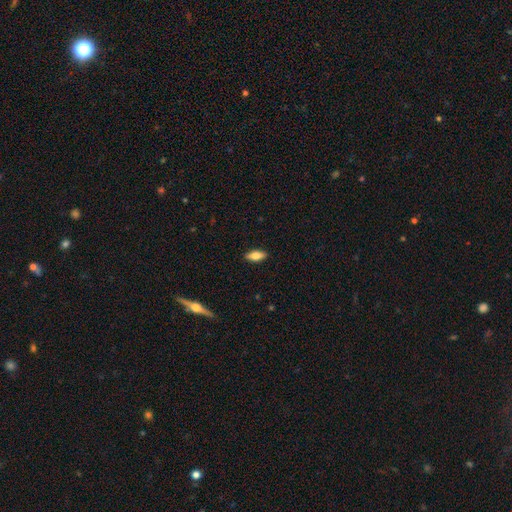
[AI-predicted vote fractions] Overall: smooth (76%). How rounded: in between (80%). Merging: none (89%).